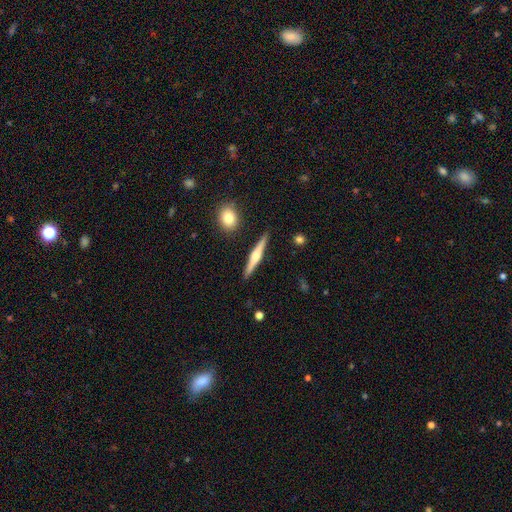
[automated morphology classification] The model was most divided on "smooth or featured": featured or disk: 65%, smooth: 29%, star or artifact: 6%. More confident: edge-on disk — yes (98%); merging — none (90%); edge-on bulge — rounded (84%).